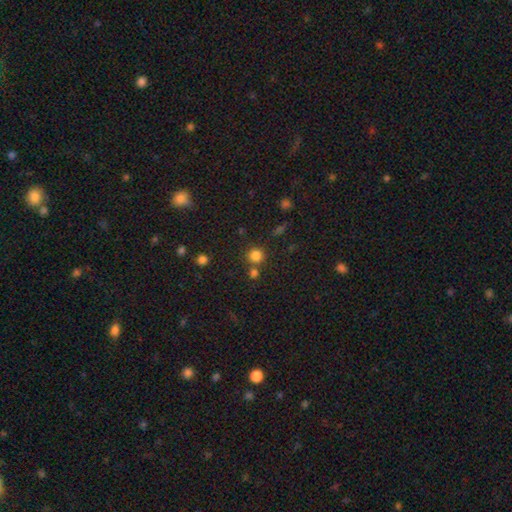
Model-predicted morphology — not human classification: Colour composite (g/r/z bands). It shows a smooth galaxy with no disk features (80%) that is round (92%). Merging: none (73%).